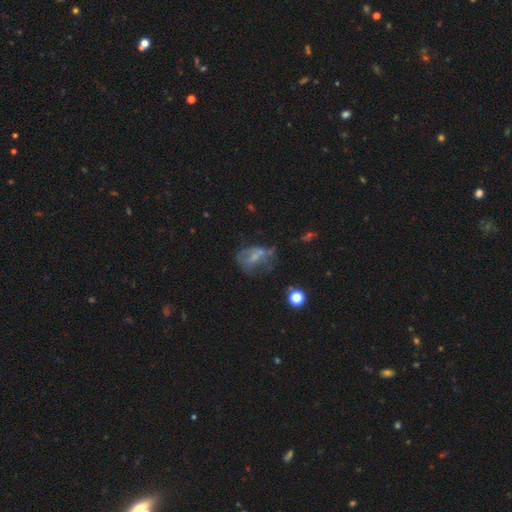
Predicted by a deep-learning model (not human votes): Smooth or featured?
  - featured or disk: 46% *
  - smooth: 35%
  - star or artifact: 19%
Merging?
  - major disturbance: 34% *
  - none: 33%
  - minor disturbance: 22%
  - merger: 11%